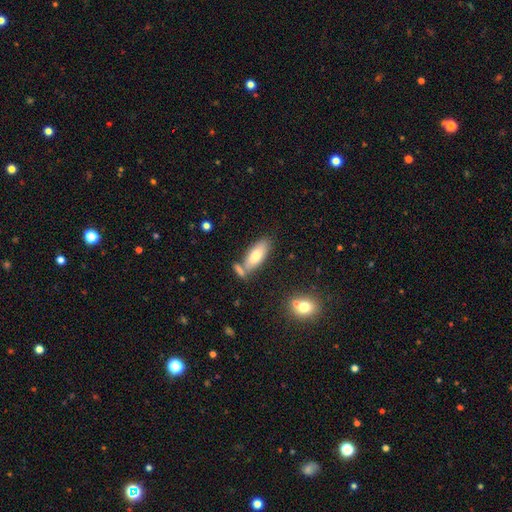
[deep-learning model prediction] Smooth or featured?
  - smooth: 75% *
  - featured or disk: 18%
  - star or artifact: 7%
How rounded?
  - in between: 76% *
  - cigar-shaped: 22%
  - round: 2%
Merging?
  - none: 60% *
  - merger: 19%
  - minor disturbance: 16%
  - major disturbance: 5%